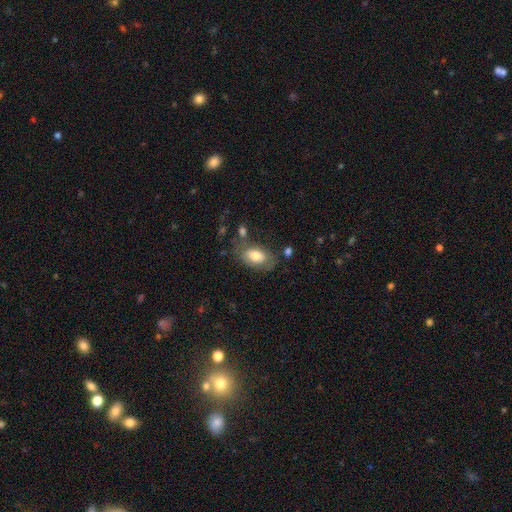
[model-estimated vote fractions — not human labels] This appears to be a smooth galaxy with no disk features (71%) that is in between round and cigar-shaped (91%). Merging: none (62%).